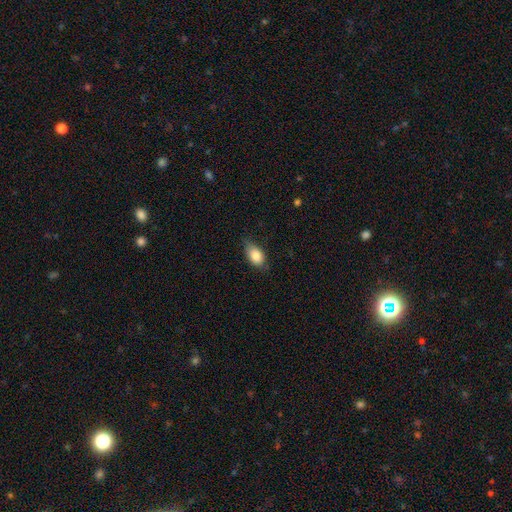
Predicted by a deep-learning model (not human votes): Smooth or featured? smooth (84%)
How rounded? in between (89%)
Merging? none (70%)